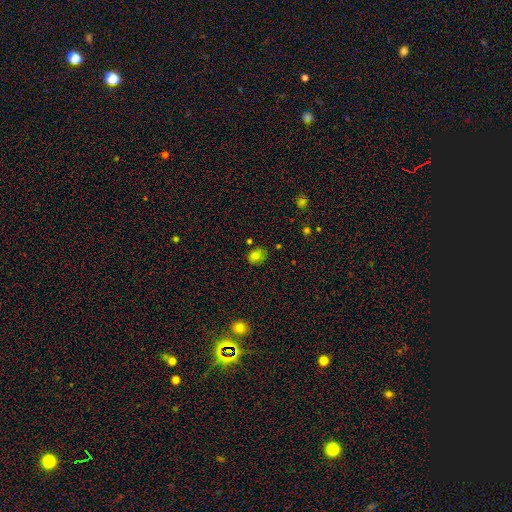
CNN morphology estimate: smooth_or_featured: smooth (p=0.78) [alt: star or artifact p=0.15]
how_rounded: in between (p=0.51) [alt: round p=0.48]
merging: none (p=0.73) [alt: minor disturbance p=0.19]